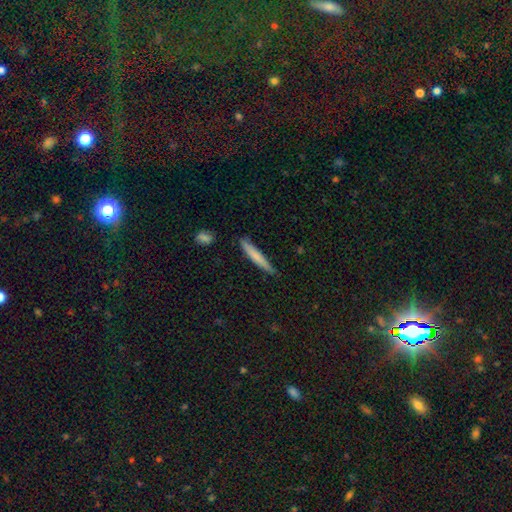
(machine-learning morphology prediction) smooth-or-featured: smooth: 72% | featured or disk: 22% | star or artifact: 6%
  how-rounded: cigar-shaped: 95% | in between: 4% | round: 1%
  merging: none: 83% | minor disturbance: 13% | major disturbance: 2% | merger: 2%